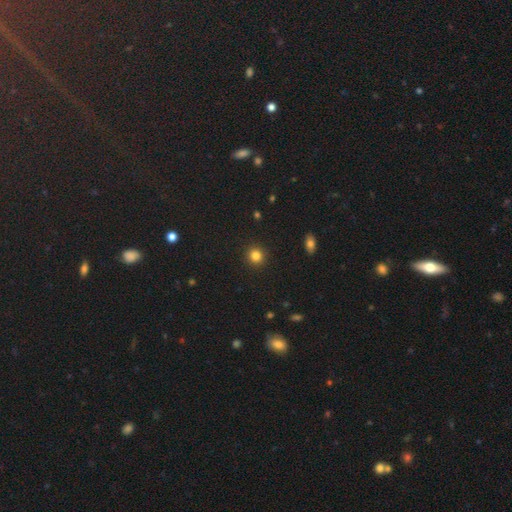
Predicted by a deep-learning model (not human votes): Q: Smooth or featured?
A: smooth (83%); runner-up: star or artifact (12%)
Q: How rounded?
A: round (92%); runner-up: in between (7%)
Q: Merging?
A: none (92%); runner-up: minor disturbance (5%)